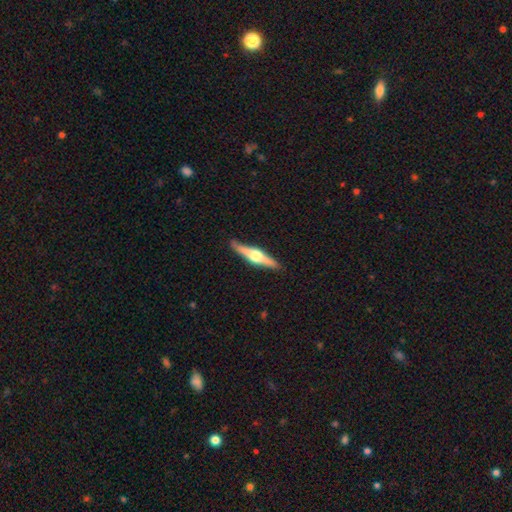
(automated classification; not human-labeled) A featured or disk galaxy (74%) viewed edge-on (97%) with a rounded central bulge (94%). Merging: none (89%).